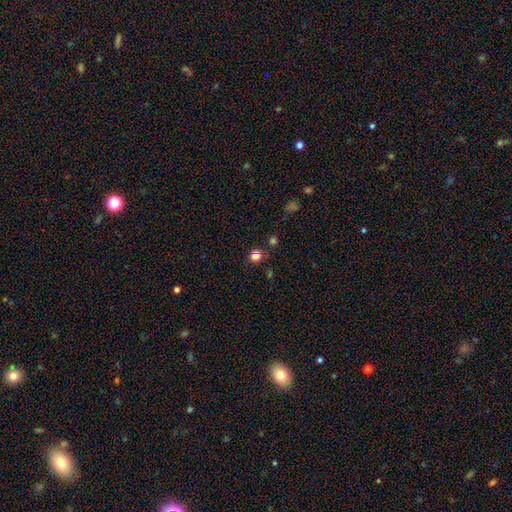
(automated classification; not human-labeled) Q: Smooth or featured?
A: smooth (76%); runner-up: star or artifact (19%)
Q: How rounded?
A: round (83%); runner-up: in between (16%)
Q: Merging?
A: none (82%); runner-up: minor disturbance (9%)